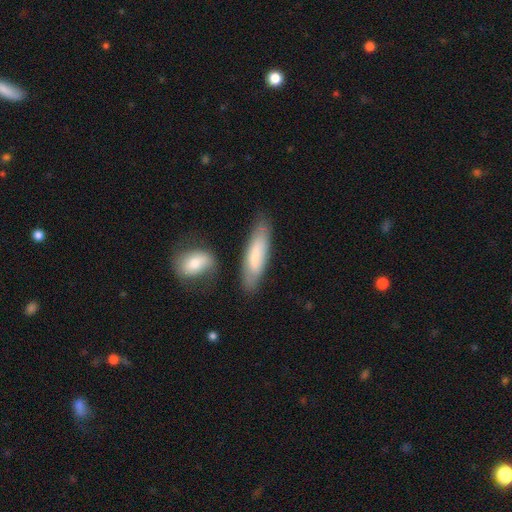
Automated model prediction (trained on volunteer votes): This is likely a smooth galaxy (71%). How rounded: likely cigar-shaped (63%). Merging: likely none (71%).